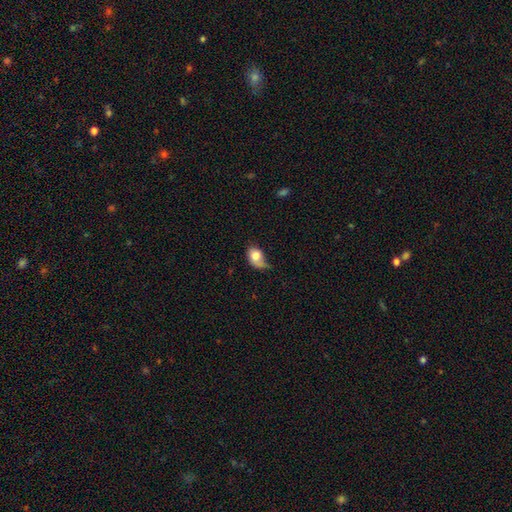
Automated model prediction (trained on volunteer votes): Q: Smooth or featured?
A: smooth (74%); runner-up: featured or disk (18%)
Q: How rounded?
A: in between (67%); runner-up: round (31%)
Q: Merging?
A: minor disturbance (37%); runner-up: major disturbance (29%)